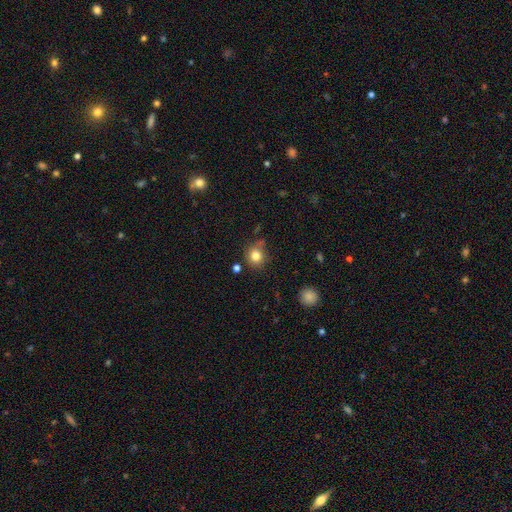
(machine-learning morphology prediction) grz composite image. It shows a smooth galaxy with no disk features (81%) that is round (81%). Merging: none (67%).